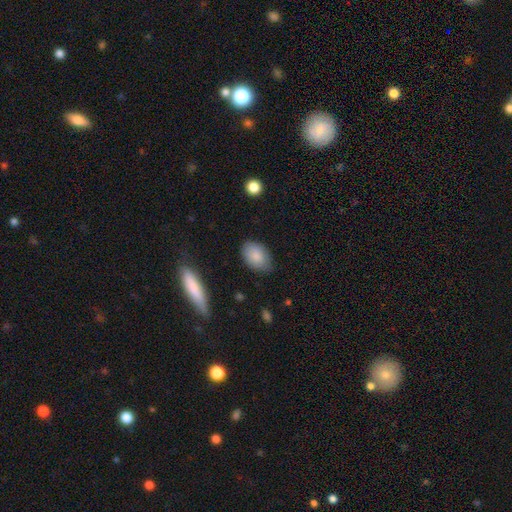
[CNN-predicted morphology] Smooth or featured? Predicted: smooth (p=0.86). How rounded? Predicted: in between (p=0.85). Merging? Predicted: none (p=0.78).